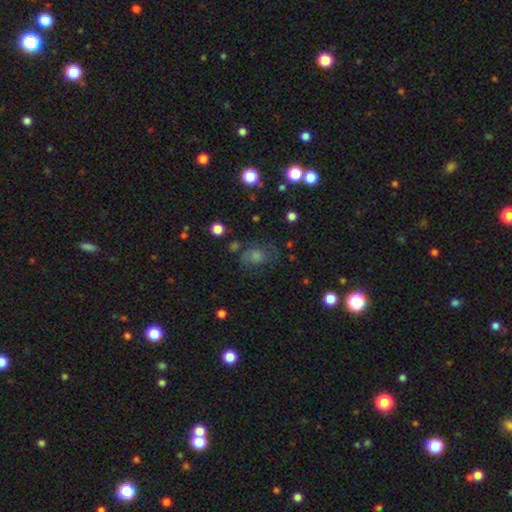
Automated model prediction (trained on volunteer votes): smooth 44%, star or artifact 32%, featured or disk 25%. Down the decision tree: merging — none (66%).